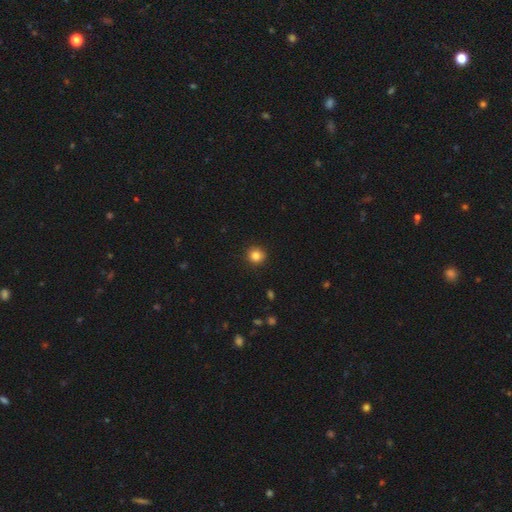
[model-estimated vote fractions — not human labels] Smooth or featured: smooth — 84% (star or artifact — 11%)
How rounded: round — 93% (in between — 6%)
Merging: none — 91% (minor disturbance — 6%)